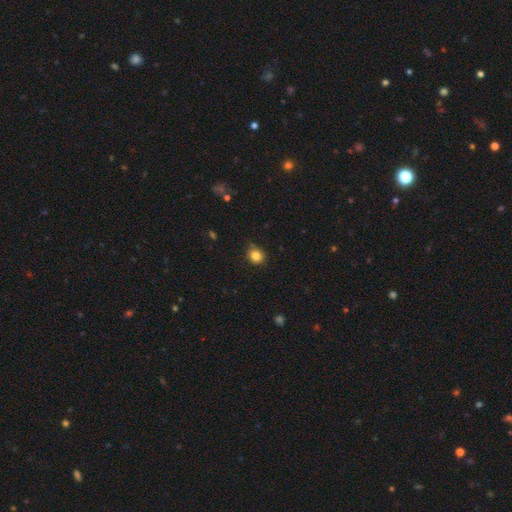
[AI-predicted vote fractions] Smooth or featured? Predicted: smooth (p=0.83). How rounded? Predicted: round (p=0.81). Merging? Predicted: none (p=0.77).